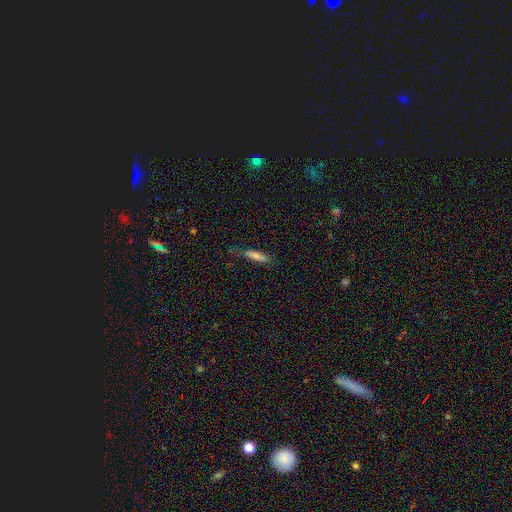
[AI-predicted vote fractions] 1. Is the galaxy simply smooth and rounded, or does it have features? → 55% smooth, 29% featured or disk, 17% star or artifact.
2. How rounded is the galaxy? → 75% cigar-shaped, 22% in between, 3% round.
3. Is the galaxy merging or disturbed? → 69% none, 21% minor disturbance, 8% major disturbance, 3% merger.